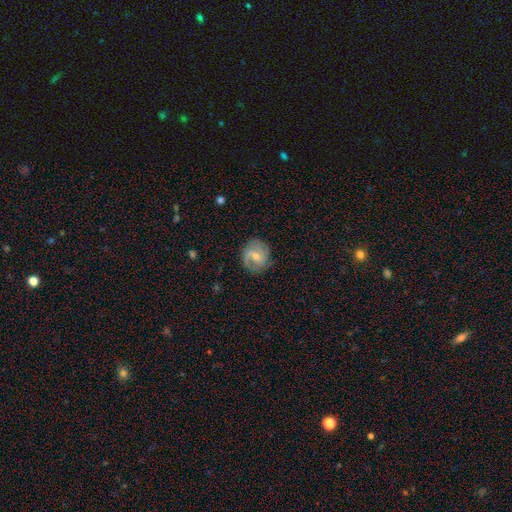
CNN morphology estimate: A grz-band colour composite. It shows a featured or disk galaxy (73%) with no bar (45%), 2 (60%) medium (46%) spiral arms (93%) and a small central bulge (55%). Merging: none (78%).